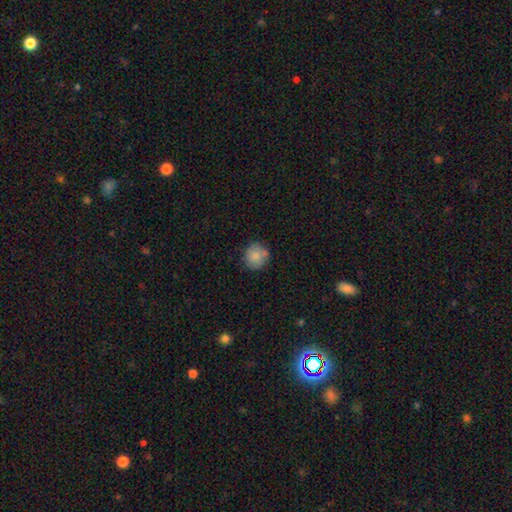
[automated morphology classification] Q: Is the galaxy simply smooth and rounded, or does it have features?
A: smooth — 84%.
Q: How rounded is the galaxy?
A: round — 90%.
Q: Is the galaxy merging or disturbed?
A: none — 74%.